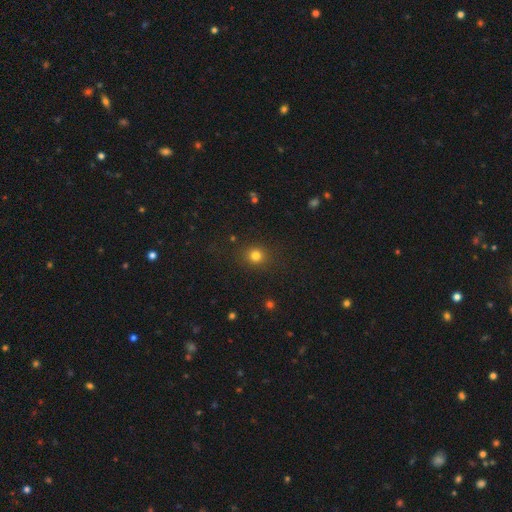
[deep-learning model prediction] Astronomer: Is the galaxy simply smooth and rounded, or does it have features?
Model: smooth — 79%.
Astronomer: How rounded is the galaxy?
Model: round — 87%.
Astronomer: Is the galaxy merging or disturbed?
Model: none — 88%.